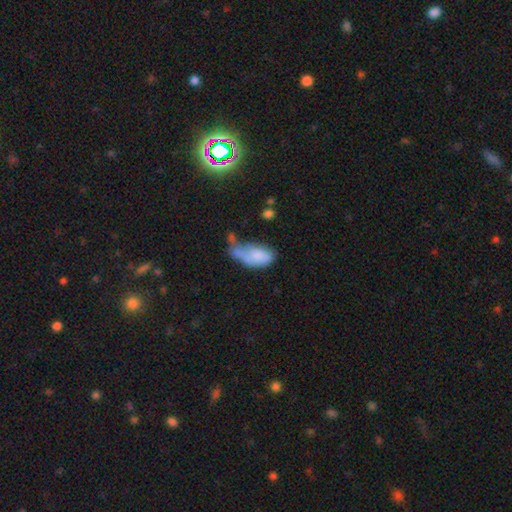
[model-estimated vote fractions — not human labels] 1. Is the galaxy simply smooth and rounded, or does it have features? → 70% smooth, 21% featured or disk, 9% star or artifact.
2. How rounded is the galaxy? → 91% in between, 5% cigar-shaped, 5% round.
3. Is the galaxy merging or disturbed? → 29% major disturbance, 26% minor disturbance, 24% merger, 21% none.